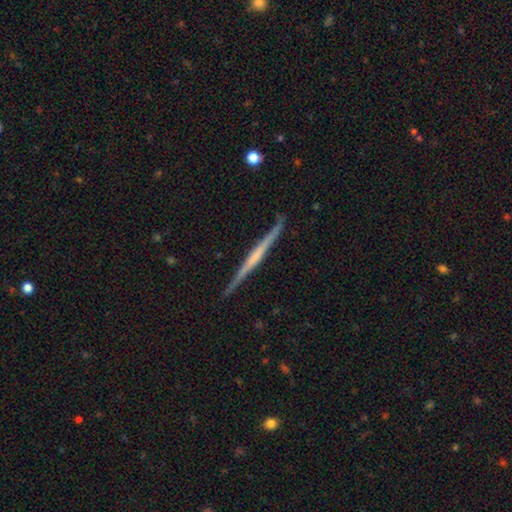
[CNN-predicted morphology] type=featured or disk (72%); edge-on=yes (98%); edge-on bulge=none (63%); merging=none (89%).